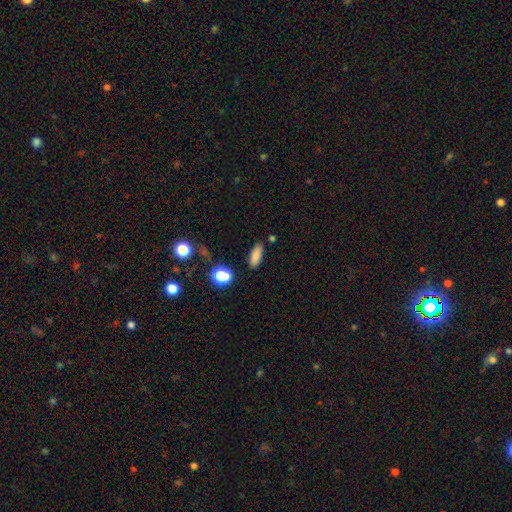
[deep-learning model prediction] Smooth or featured? Predicted: smooth (p=0.83). How rounded? Predicted: in between (p=0.69). Merging? Predicted: none (p=0.83).